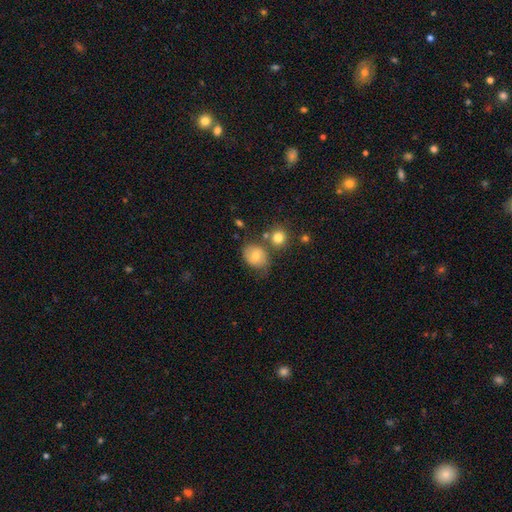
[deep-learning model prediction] Smooth or featured? Predicted: smooth (p=0.65). How rounded? Predicted: round (p=0.53). Merging? Predicted: none (p=0.56).